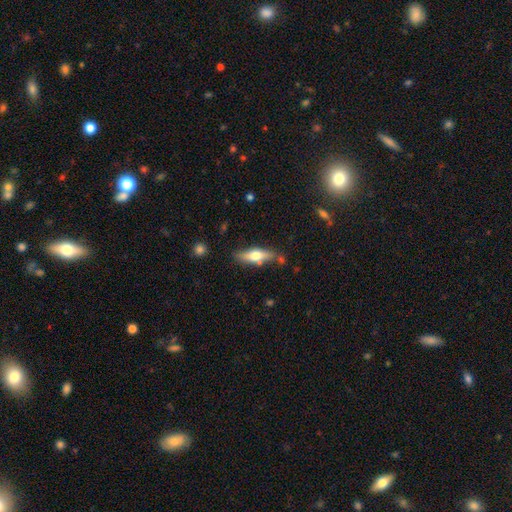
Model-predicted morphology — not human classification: A smooth galaxy with no disk features (51%) that is cigar-shaped (54%).

Vote fractions:
- Smooth or featured? smooth: 51% / featured or disk: 43% / star or artifact: 6%
- How rounded? cigar-shaped: 54% / in between: 43% / round: 3%
- Merging? none: 75% / minor disturbance: 16% / merger: 5% / major disturbance: 4%